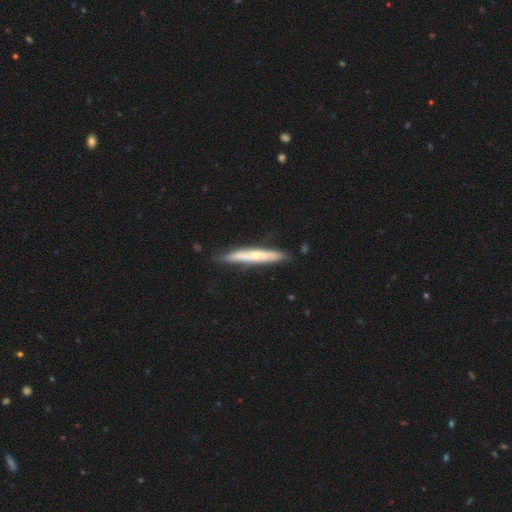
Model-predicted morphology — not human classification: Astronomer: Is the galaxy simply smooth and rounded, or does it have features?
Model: featured or disk — 55% (runner-up: smooth, 39%).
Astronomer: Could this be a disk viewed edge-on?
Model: yes — 87%.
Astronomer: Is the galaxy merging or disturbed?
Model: none — 81%.